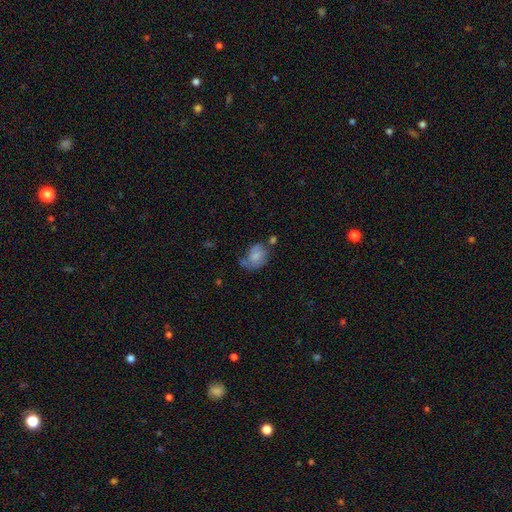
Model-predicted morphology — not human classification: This appears to be a smooth galaxy with no disk features (66%) that is in between round and cigar-shaped (59%). Merging: none (37%).